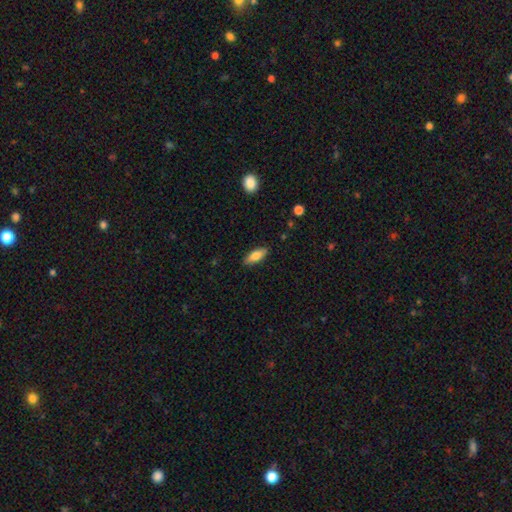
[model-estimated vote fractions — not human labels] The model was most divided on "how rounded": in between: 70%, cigar-shaped: 28%, round: 2%. More confident: merging — none (87%); smooth or featured — smooth (78%).